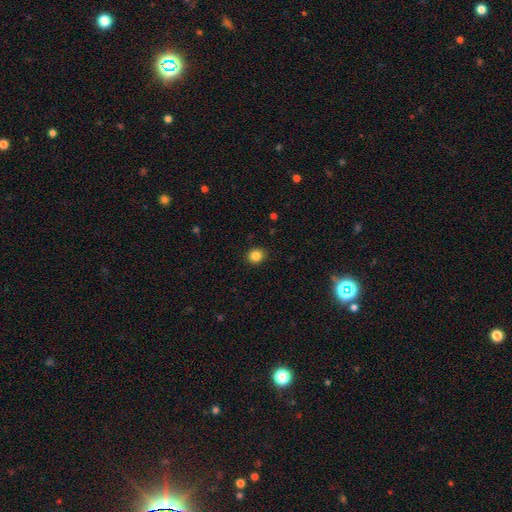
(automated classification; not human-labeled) Smooth or featured?
  - smooth: 85% *
  - star or artifact: 11%
  - featured or disk: 4%
How rounded?
  - round: 77% *
  - in between: 22%
  - cigar-shaped: 1%
Merging?
  - none: 91% *
  - minor disturbance: 6%
  - major disturbance: 2%
  - merger: 1%